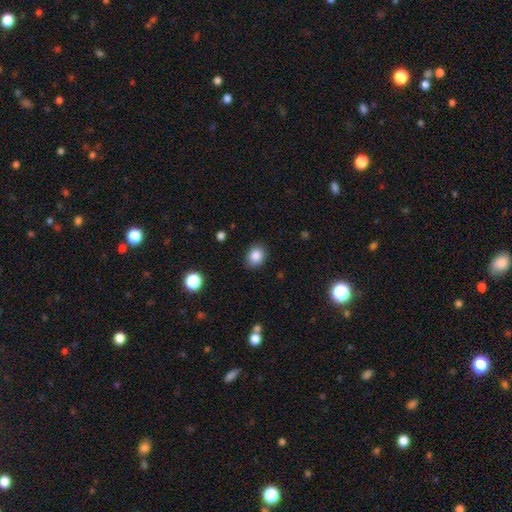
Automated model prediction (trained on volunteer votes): This appears to be a smooth galaxy with no disk features (86%) that is in between round and cigar-shaped (51%). Merging: none (87%).